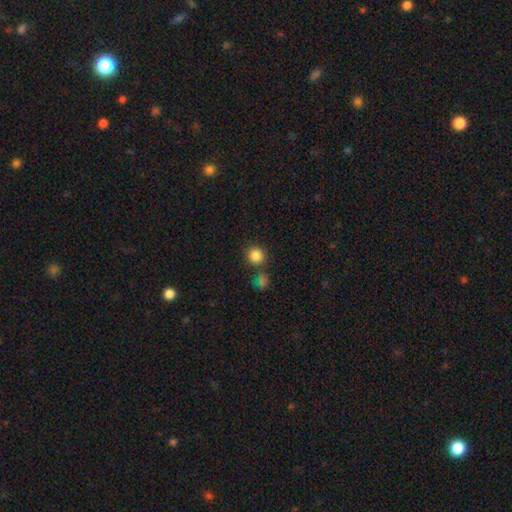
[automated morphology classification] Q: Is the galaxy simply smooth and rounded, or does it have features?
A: smooth — 85%.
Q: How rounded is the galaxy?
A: round — 91%.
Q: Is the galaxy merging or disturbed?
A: none — 77%.